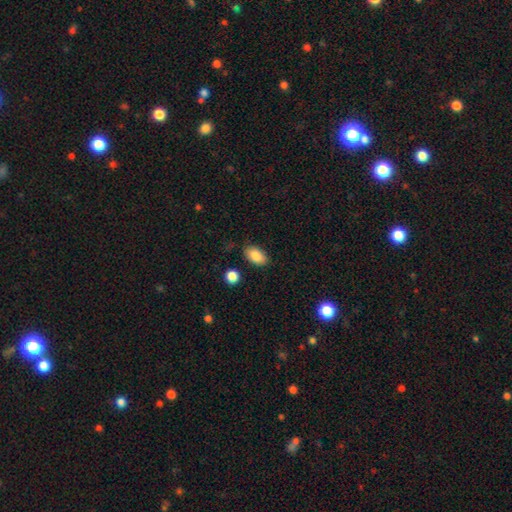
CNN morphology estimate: smooth 86%, star or artifact 8%, featured or disk 6%. Down the decision tree: how rounded — in between (91%); merging — none (83%).